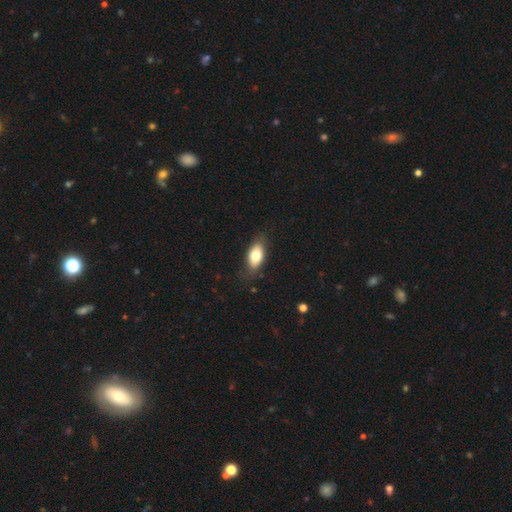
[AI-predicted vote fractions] The model was most divided on "smooth or featured": smooth: 74%, featured or disk: 19%, star or artifact: 7%. More confident: how rounded — in between (89%); merging — none (79%).